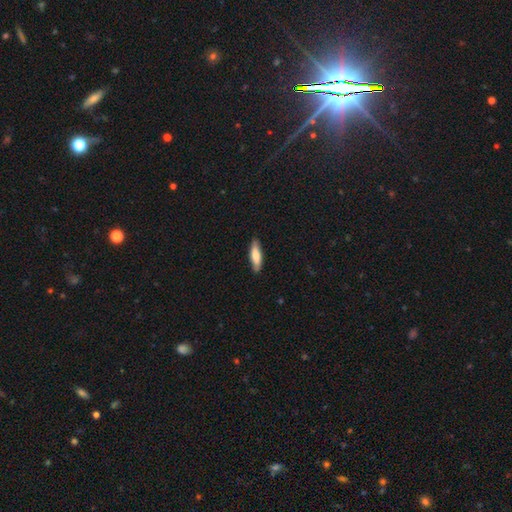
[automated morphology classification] A smooth galaxy with no disk features (71%) that is cigar-shaped (61%). Merging: none (82%).